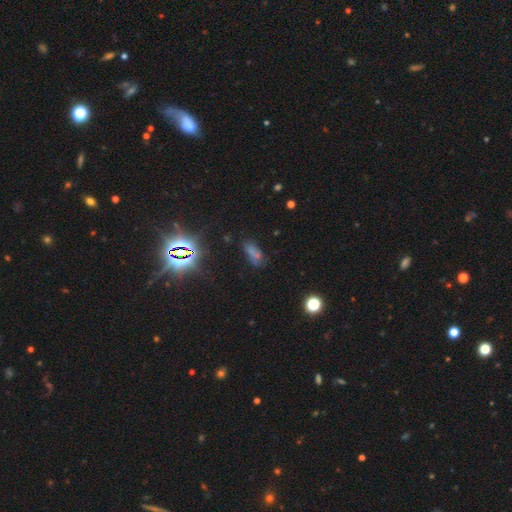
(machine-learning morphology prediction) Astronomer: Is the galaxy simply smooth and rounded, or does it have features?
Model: star or artifact — 46% (runner-up: smooth, 40%).